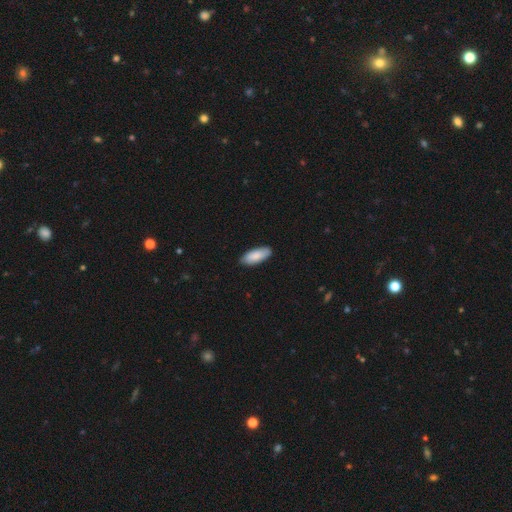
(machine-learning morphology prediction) This appears to be a smooth galaxy with no disk features (86%) that is in between round and cigar-shaped (80%). Merging: none (87%).